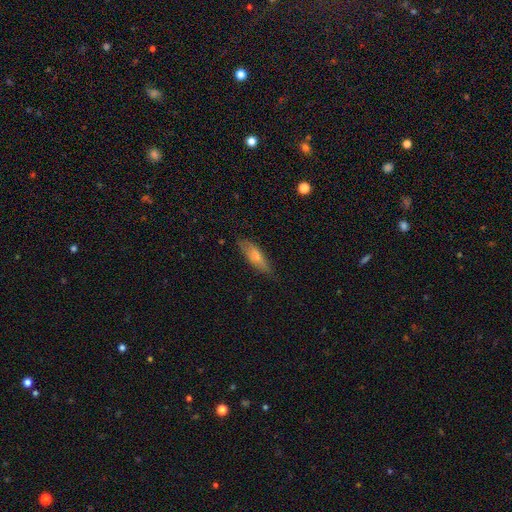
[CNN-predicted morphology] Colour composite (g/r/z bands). It shows a smooth galaxy with no disk features (59%) that is cigar-shaped (59%). Merging: none (78%).